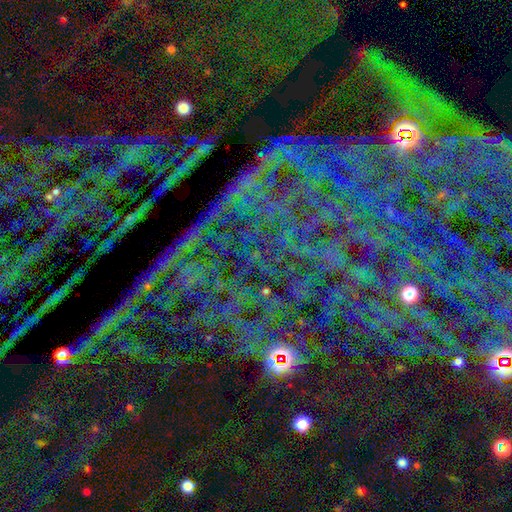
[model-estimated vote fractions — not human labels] Overall: star or artifact (81%).